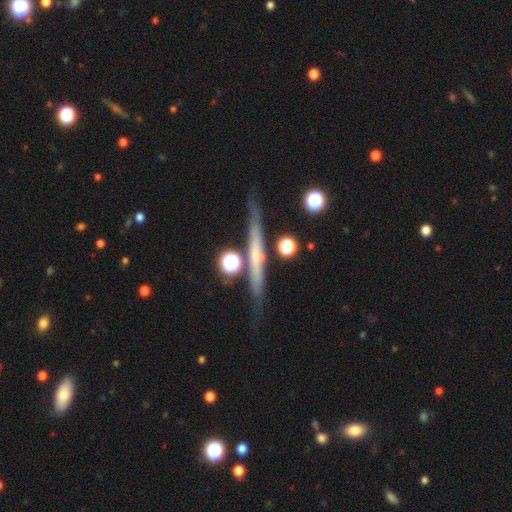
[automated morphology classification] smooth_or_featured: featured or disk (p=0.55) [alt: smooth p=0.36]
disk_edge_on: yes (p=0.92) [alt: no p=0.08]
edge_on_bulge: none (p=0.71) [alt: rounded p=0.23]
merging: none (p=0.79) [alt: minor disturbance p=0.12]